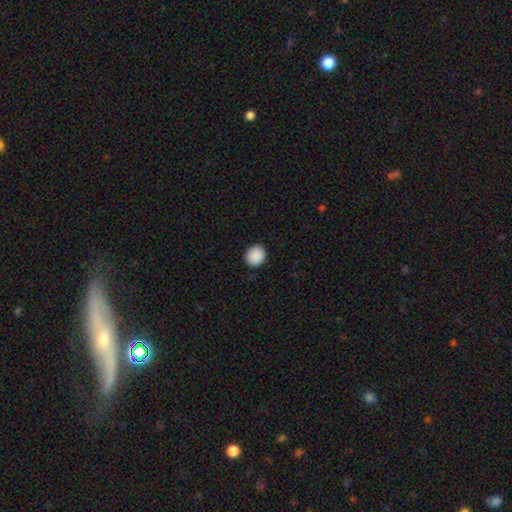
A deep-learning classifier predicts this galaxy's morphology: This is clearly a smooth galaxy (90%). How rounded: likely round (79%). Merging: clearly none (91%).